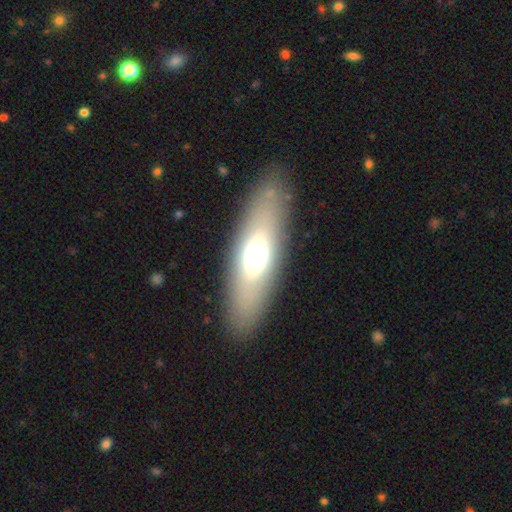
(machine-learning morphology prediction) Smooth or featured? Predicted: smooth (p=0.56). How rounded? Predicted: in between (p=0.56). Merging? Predicted: none (p=0.85).